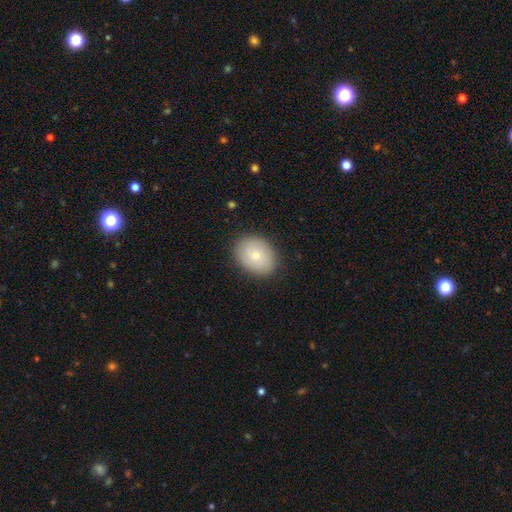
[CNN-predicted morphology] The model was most divided on "how rounded": in between: 67%, round: 32%, cigar-shaped: 1%. More confident: merging — none (86%); smooth or featured — smooth (76%).